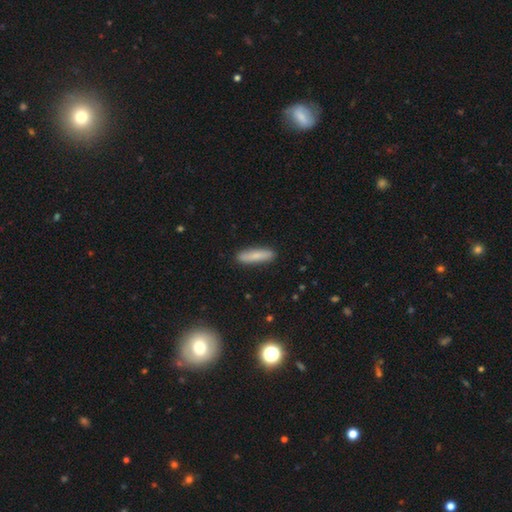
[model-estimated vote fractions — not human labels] smooth 80%, featured or disk 14%, star or artifact 6%. Down the decision tree: how rounded — cigar-shaped (77%); merging — none (89%).